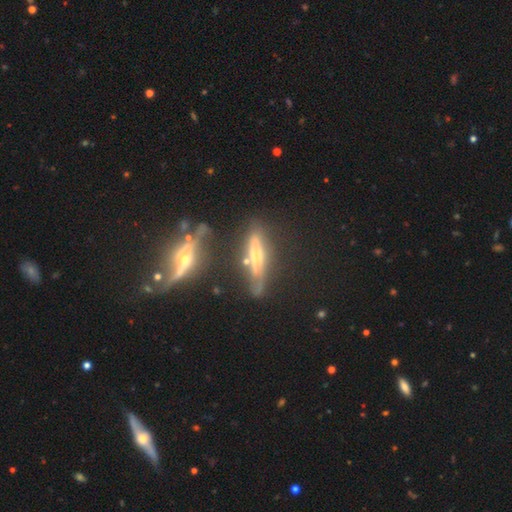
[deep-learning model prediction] The model was most divided on "merging": none: 47%, minor disturbance: 24%, merger: 16%, major disturbance: 13%. More confident: edge-on disk — yes (75%); smooth or featured — featured or disk (60%).